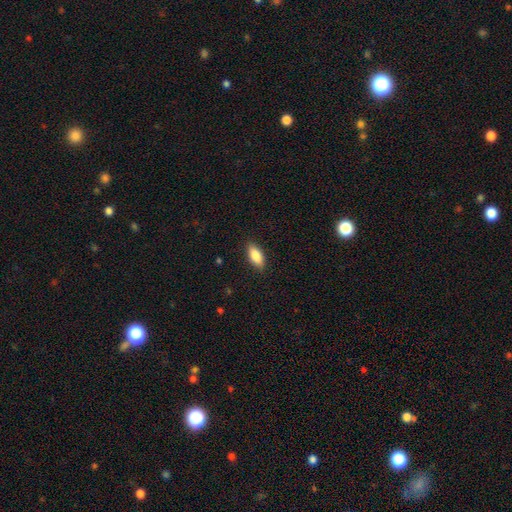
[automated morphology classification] This is clearly a smooth galaxy (86%). How rounded: clearly in between (84%). Merging: clearly none (88%).